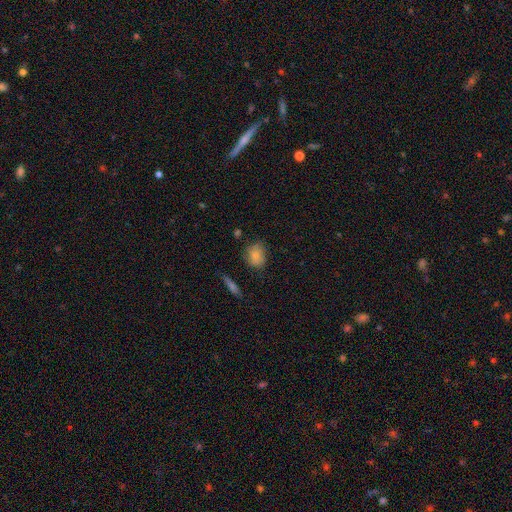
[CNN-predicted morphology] A smooth galaxy with no disk features (80%) that is round (52%).

Vote fractions:
- Smooth or featured? smooth: 80% / featured or disk: 11% / star or artifact: 8%
- How rounded? round: 52% / in between: 46% / cigar-shaped: 2%
- Merging? none: 71% / minor disturbance: 21% / major disturbance: 5% / merger: 3%